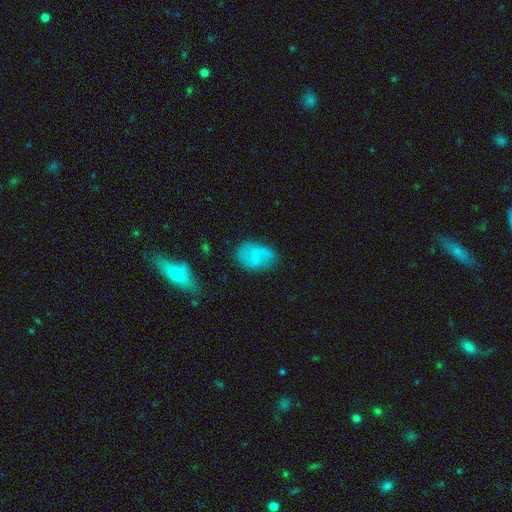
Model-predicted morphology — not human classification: smooth-or-featured: smooth: 52% | featured or disk: 40% | star or artifact: 9%
  how-rounded: in between: 77% | round: 21% | cigar-shaped: 2%
  merging: none: 61% | minor disturbance: 25% | major disturbance: 9% | merger: 4%